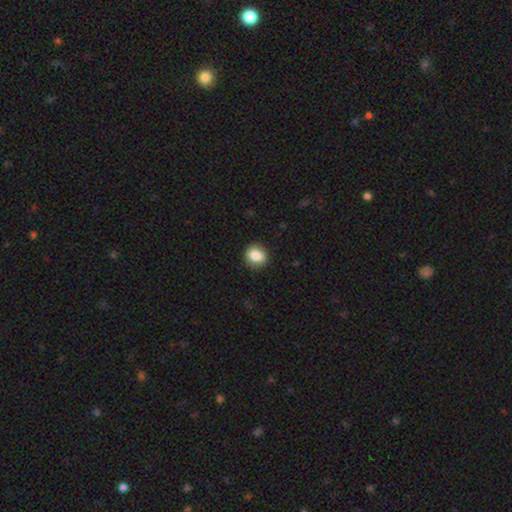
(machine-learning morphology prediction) Smooth or featured? smooth (83%)
How rounded? round (76%)
Merging? none (88%)